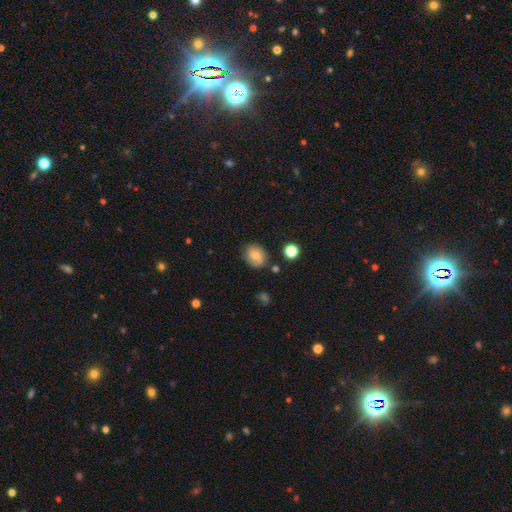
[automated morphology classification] Overall: smooth (64%; featured or disk 25%). How rounded: round (55%; in between 44%). Merging: none (73%).